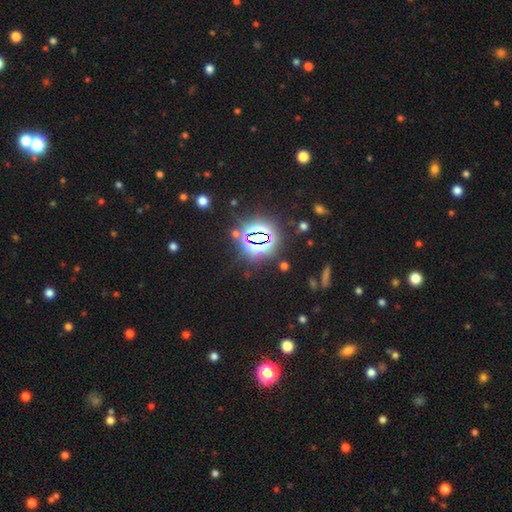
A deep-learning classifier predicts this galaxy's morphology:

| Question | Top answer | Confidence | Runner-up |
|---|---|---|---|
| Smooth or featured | star or artifact | 82% | smooth (11%) |